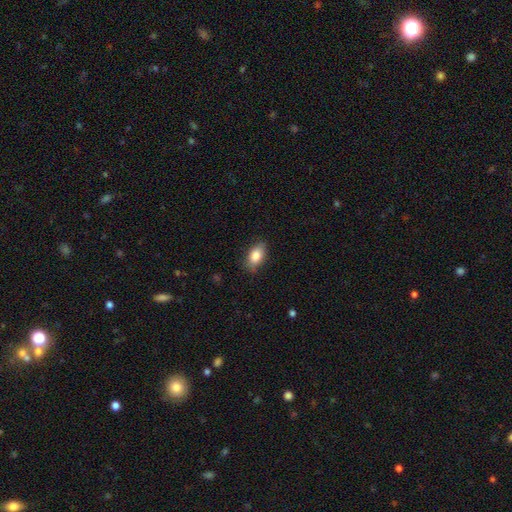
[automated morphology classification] This appears to be a smooth galaxy with no disk features (83%) that is in between round and cigar-shaped (89%). Merging: none (82%).